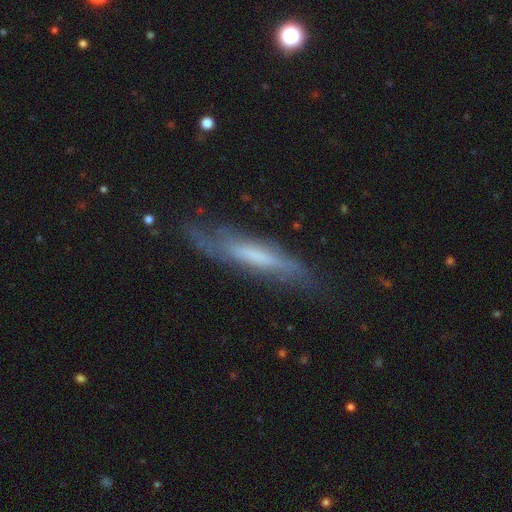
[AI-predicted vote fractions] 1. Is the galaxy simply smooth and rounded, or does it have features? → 54% featured or disk, 38% smooth, 7% star or artifact.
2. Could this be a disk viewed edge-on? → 64% yes, 36% no.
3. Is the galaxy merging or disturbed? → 64% none, 24% minor disturbance, 10% major disturbance, 2% merger.